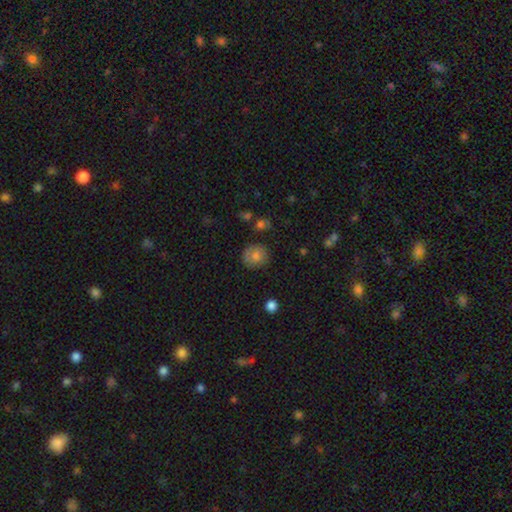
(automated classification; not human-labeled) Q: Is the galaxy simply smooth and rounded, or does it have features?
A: smooth — 77%.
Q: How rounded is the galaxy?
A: round — 83%.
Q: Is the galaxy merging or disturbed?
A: none — 74%.